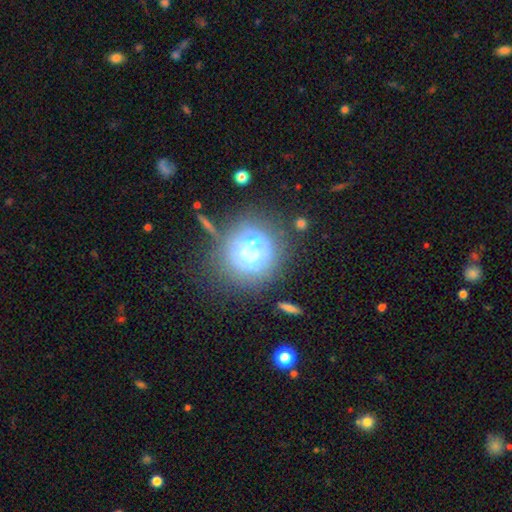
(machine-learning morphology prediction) This appears to be a smooth galaxy with no disk features (55%) that is round (85%). Merging: none (49%).